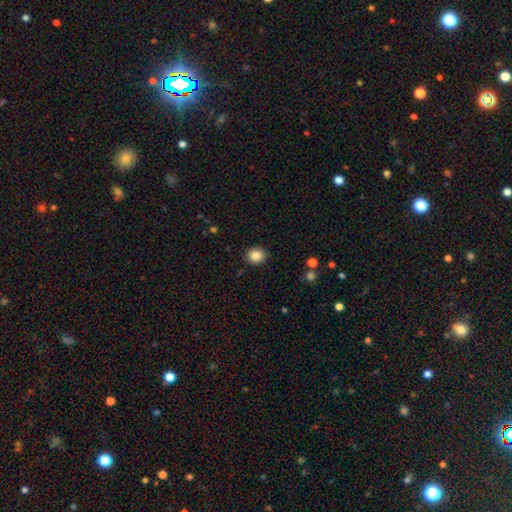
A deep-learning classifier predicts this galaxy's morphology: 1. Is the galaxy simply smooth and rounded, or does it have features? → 87% smooth, 9% star or artifact, 4% featured or disk.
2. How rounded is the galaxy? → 80% round, 19% in between, 1% cigar-shaped.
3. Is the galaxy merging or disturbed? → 89% none, 8% minor disturbance, 2% major disturbance, 1% merger.